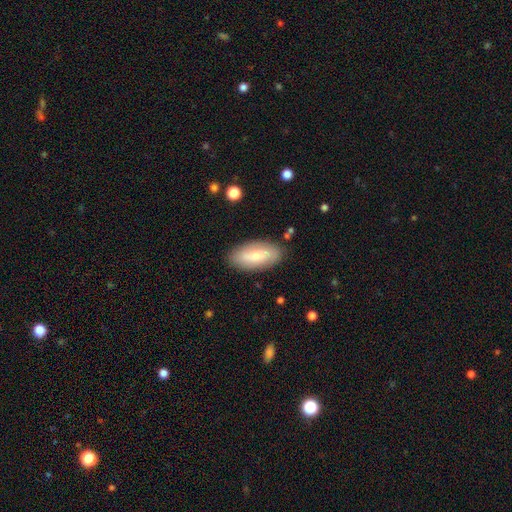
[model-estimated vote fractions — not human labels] Q: Smooth or featured?
A: smooth (58%); runner-up: featured or disk (36%)
Q: How rounded?
A: in between (88%); runner-up: cigar-shaped (10%)
Q: Merging?
A: none (85%); runner-up: minor disturbance (11%)